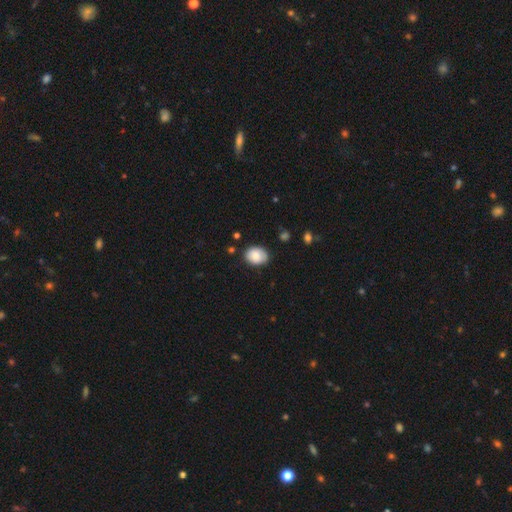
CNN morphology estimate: This appears to be a smooth galaxy with no disk features (82%) that is in between round and cigar-shaped (59%). Merging: none (77%).